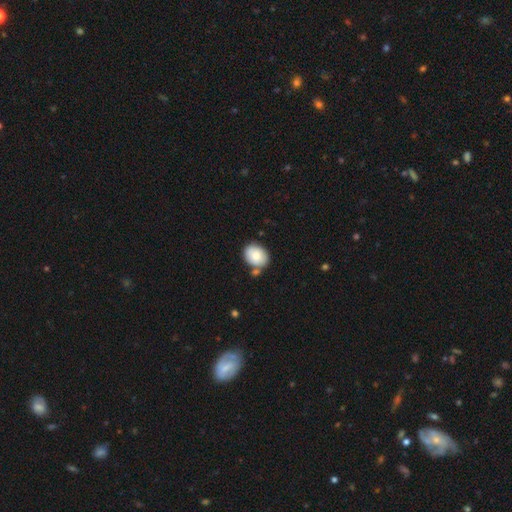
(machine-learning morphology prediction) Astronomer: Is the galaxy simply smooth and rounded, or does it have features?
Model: smooth — 80%.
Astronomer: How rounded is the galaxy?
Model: in between — 57% (runner-up: round, 43%).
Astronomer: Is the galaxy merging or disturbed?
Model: none — 67%.